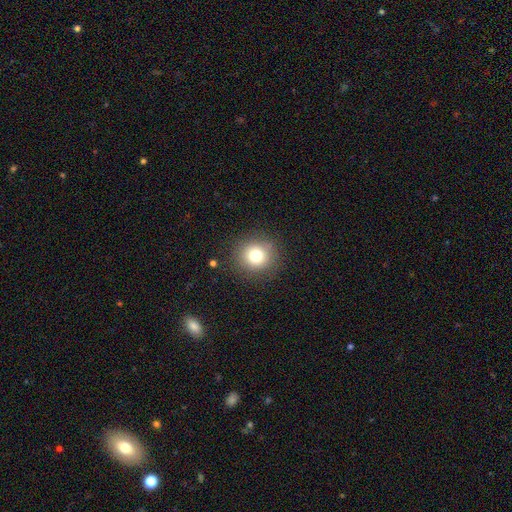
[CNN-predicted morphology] Smooth or featured? smooth (77%)
How rounded? round (90%)
Merging? none (87%)